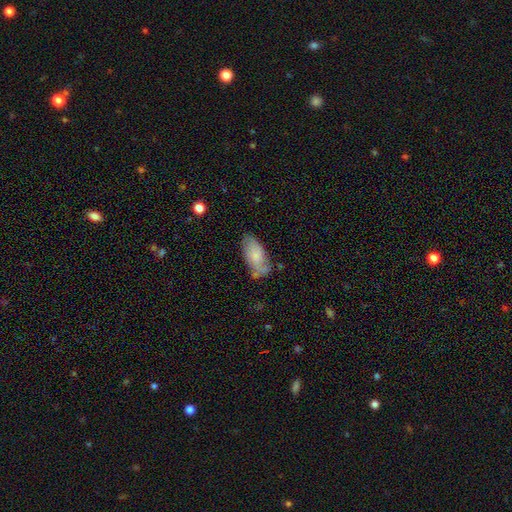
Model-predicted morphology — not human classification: A smooth galaxy with no disk features (60%) that is in between round and cigar-shaped (91%). Merging: none (59%).